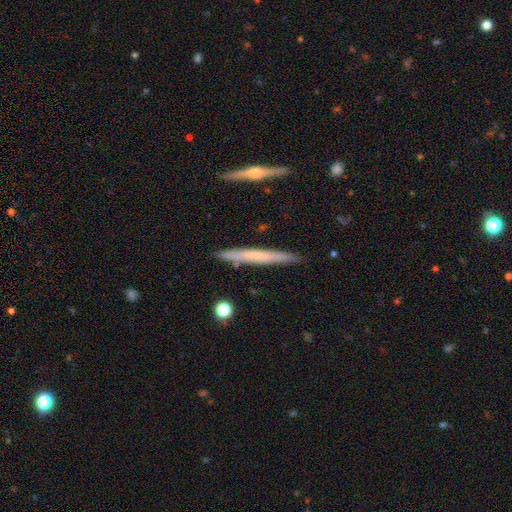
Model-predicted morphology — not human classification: smooth-or-featured: featured or disk: 47% (tied) | smooth: 47% (tied) | star or artifact: 6%
  merging: none: 88% | minor disturbance: 9% | merger: 2% | major disturbance: 1%